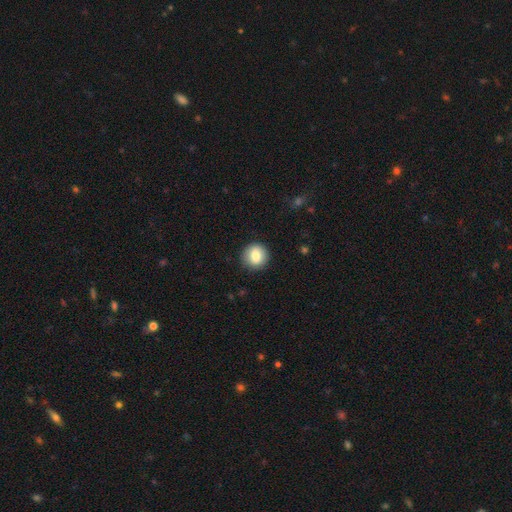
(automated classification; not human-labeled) smooth_or_featured: smooth (p=0.80) [alt: featured or disk p=0.12]
how_rounded: round (p=0.89) [alt: in between p=0.10]
merging: none (p=0.89) [alt: minor disturbance p=0.07]